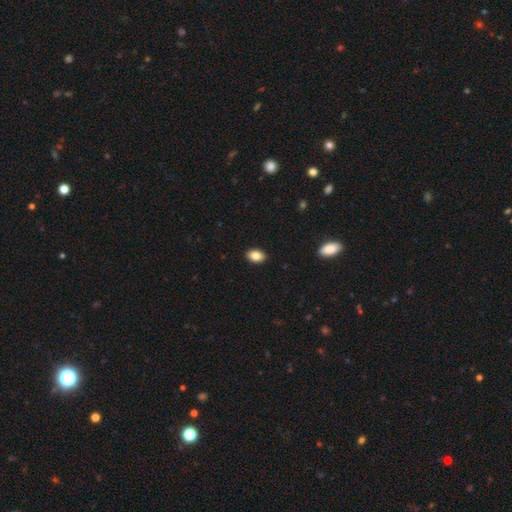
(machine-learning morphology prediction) Smooth or featured? smooth (85%)
How rounded? in between (84%)
Merging? none (90%)